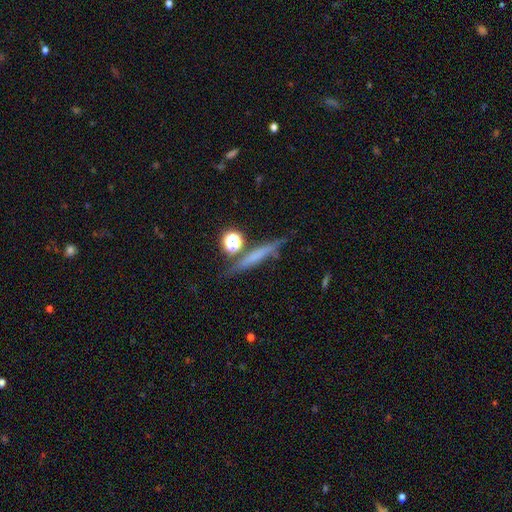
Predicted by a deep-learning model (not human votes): The model was most divided on "smooth or featured": smooth: 51%, featured or disk: 37%, star or artifact: 13%. More confident: how rounded — cigar-shaped (82%); merging — none (69%).